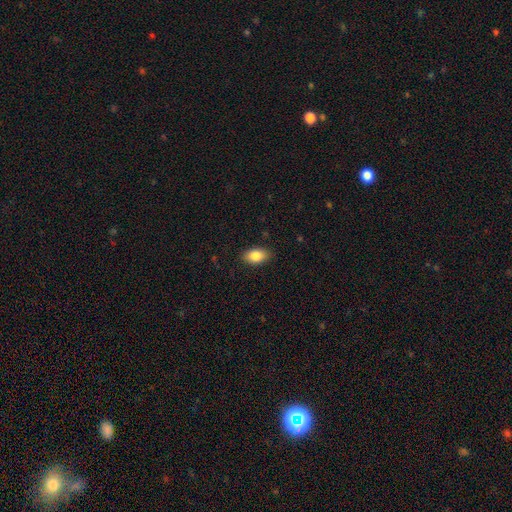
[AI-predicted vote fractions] A smooth galaxy with no disk features (85%) that is in between round and cigar-shaped (90%).

Vote fractions:
- Smooth or featured? smooth: 85% / star or artifact: 7% / featured or disk: 7%
- How rounded? in between: 90% / round: 8% / cigar-shaped: 2%
- Merging? none: 87% / minor disturbance: 10% / major disturbance: 2% / merger: 1%